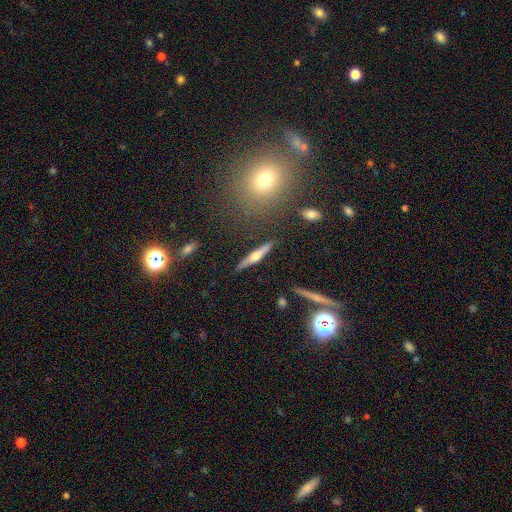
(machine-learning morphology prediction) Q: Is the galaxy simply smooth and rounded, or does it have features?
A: featured or disk — 60%.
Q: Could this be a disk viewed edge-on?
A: yes — 96%.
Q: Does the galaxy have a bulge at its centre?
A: rounded — 89%.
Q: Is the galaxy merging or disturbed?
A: none — 86%.